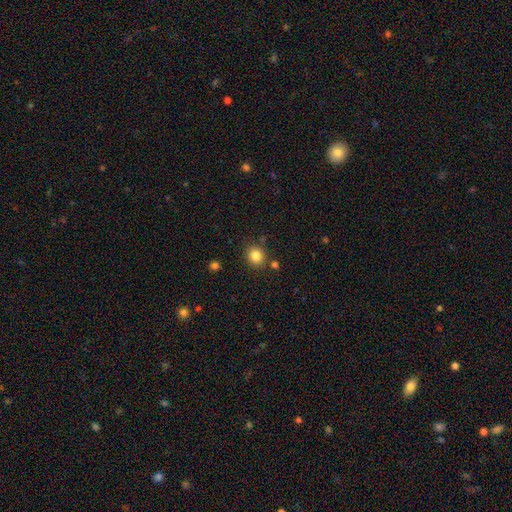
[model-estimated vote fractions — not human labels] Smooth or featured: smooth — 84% (star or artifact — 11%)
How rounded: round — 82% (in between — 17%)
Merging: none — 83% (minor disturbance — 9%)